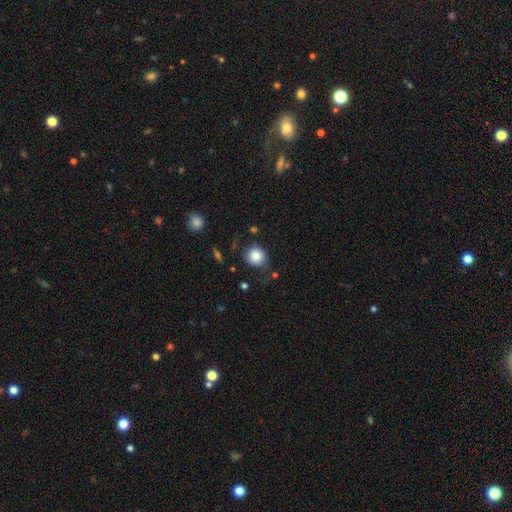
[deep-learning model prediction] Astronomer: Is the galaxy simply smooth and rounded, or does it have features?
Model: smooth — 83%.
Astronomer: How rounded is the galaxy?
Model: round — 86%.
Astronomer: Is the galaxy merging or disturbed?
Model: none — 75%.